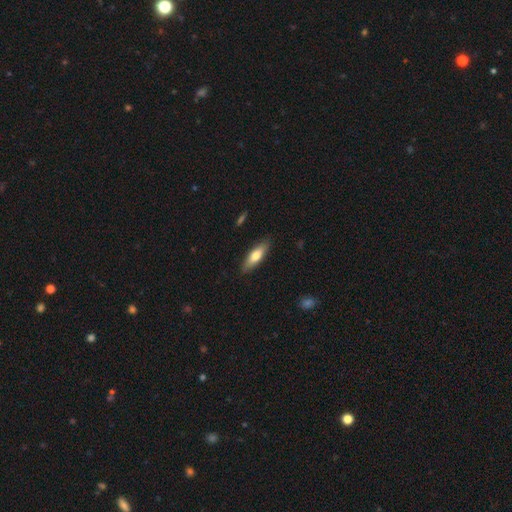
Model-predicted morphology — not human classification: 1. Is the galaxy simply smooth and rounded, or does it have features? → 70% smooth, 25% featured or disk, 6% star or artifact.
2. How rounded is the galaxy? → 53% cigar-shaped, 46% in between, 2% round.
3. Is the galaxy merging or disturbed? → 87% none, 10% minor disturbance, 2% major disturbance, 1% merger.